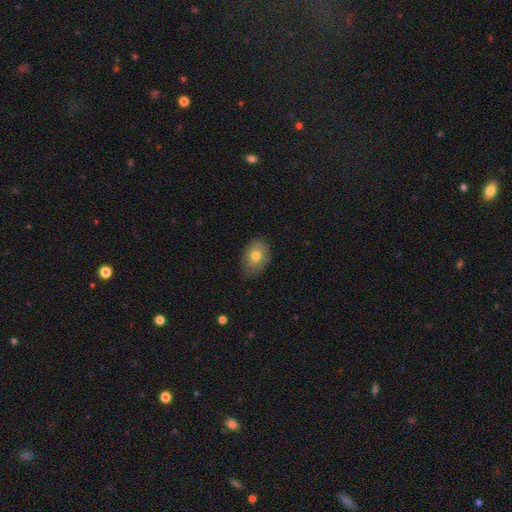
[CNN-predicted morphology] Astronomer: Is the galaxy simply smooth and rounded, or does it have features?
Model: smooth — 75%.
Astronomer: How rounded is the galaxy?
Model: in between — 76%.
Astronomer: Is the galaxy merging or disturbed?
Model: none — 76%.